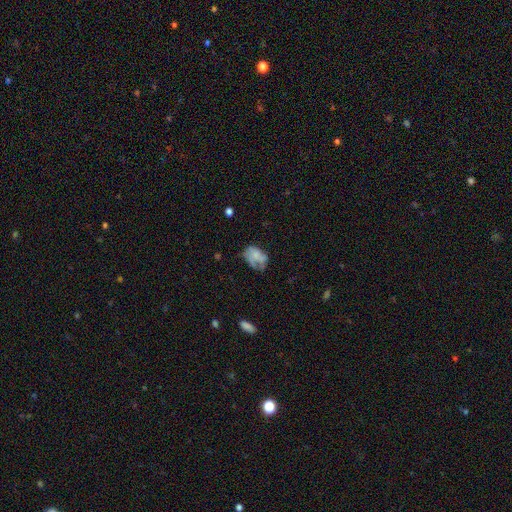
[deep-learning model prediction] Smooth or featured? smooth (53%)
How rounded? in between (77%)
Merging? none (37%)